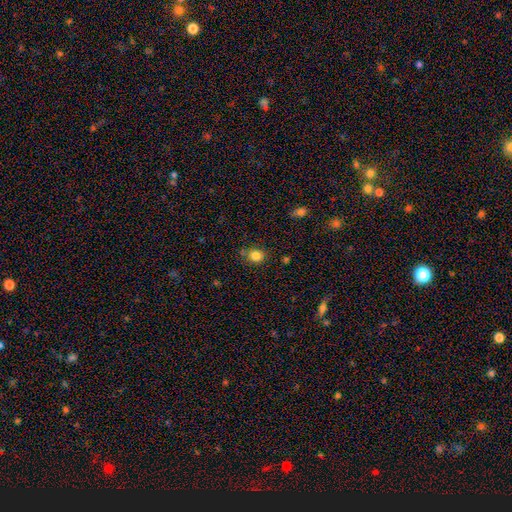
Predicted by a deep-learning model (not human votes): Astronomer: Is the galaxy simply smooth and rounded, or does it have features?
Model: smooth — 83%.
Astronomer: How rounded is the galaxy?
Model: round — 73%.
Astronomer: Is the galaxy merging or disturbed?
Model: none — 78%.